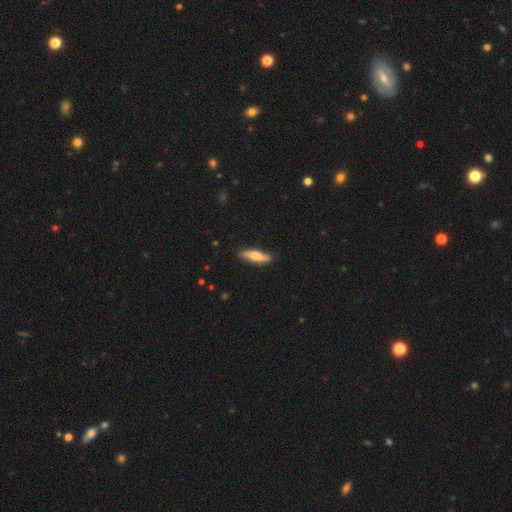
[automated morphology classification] Overall: smooth (65%; featured or disk 29%). How rounded: cigar-shaped (68%; in between 30%). Merging: none (85%).